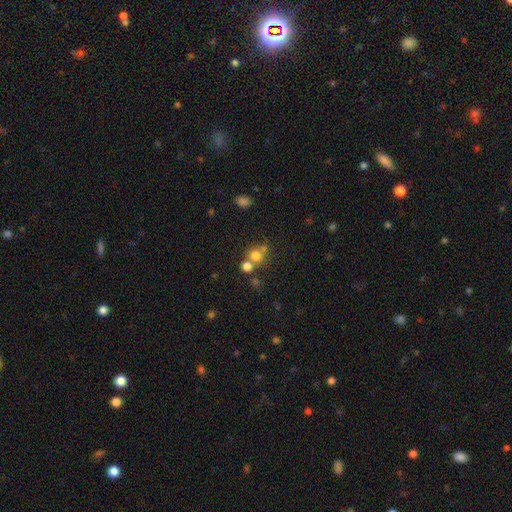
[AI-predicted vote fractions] smooth 71%, star or artifact 17%, featured or disk 12%. Down the decision tree: how rounded — round (86%); merging — none (50%).